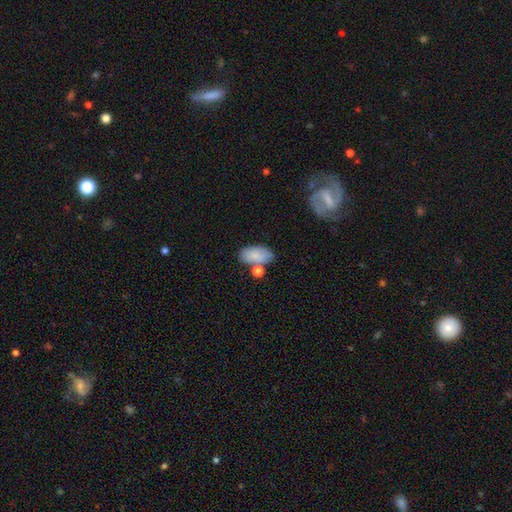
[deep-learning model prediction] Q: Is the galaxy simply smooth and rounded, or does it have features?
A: smooth — 83%.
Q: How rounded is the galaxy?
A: in between — 93%.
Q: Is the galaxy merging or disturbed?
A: none — 63%.